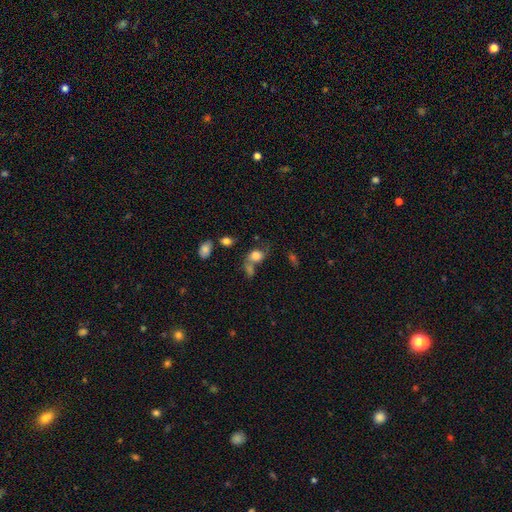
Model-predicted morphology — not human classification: Overall: smooth (73%). How rounded: in between (58%; round 40%). Merging: none (34%; merger 33%).